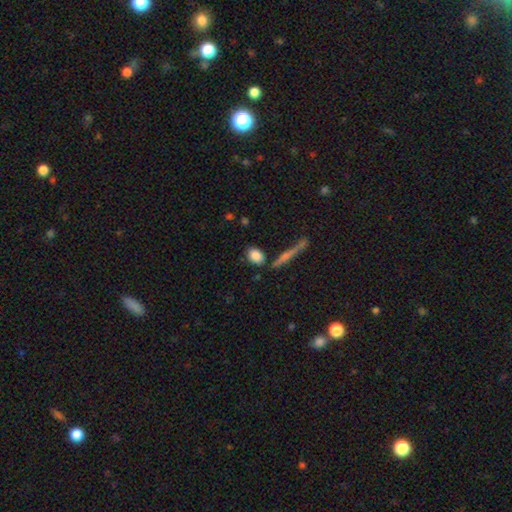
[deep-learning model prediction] This appears to be a smooth galaxy with no disk features (85%) that is in between round and cigar-shaped (73%). Merging: none (77%).